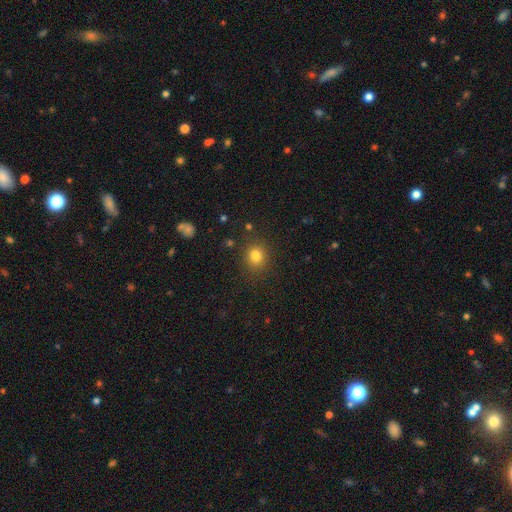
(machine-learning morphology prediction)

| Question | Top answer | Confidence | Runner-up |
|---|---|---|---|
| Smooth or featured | smooth | 81% | star or artifact (13%) |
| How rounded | round | 72% | in between (27%) |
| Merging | none | 84% | minor disturbance (10%) |